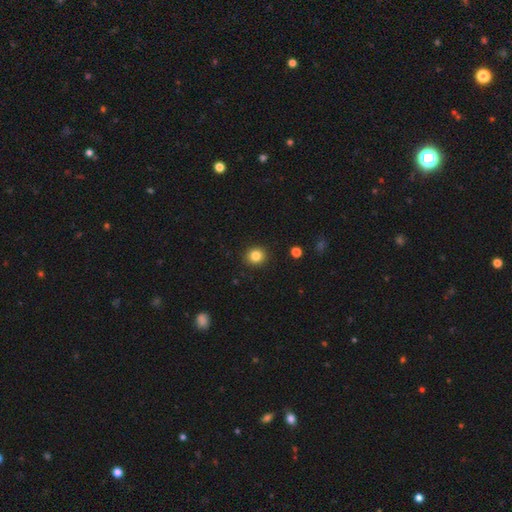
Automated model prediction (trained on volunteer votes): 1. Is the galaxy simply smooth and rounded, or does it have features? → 83% smooth, 11% star or artifact, 5% featured or disk.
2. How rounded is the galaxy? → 88% round, 11% in between, 1% cigar-shaped.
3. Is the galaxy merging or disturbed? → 91% none, 5% minor disturbance, 2% major disturbance, 1% merger.